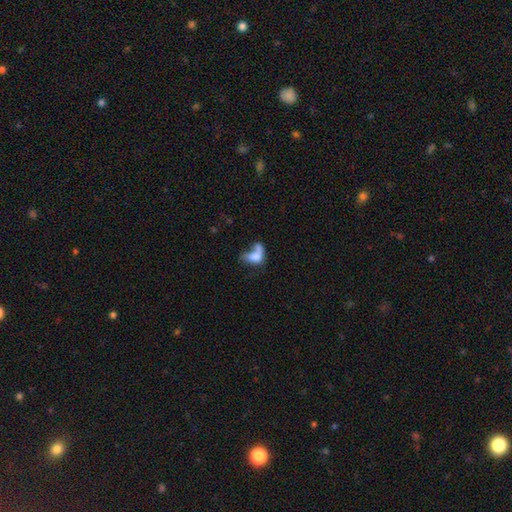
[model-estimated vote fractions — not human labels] The model was most divided on "merging": merger: 48%, major disturbance: 23%, none: 18%, minor disturbance: 11%. More confident: how rounded — in between (82%); smooth or featured — smooth (65%).